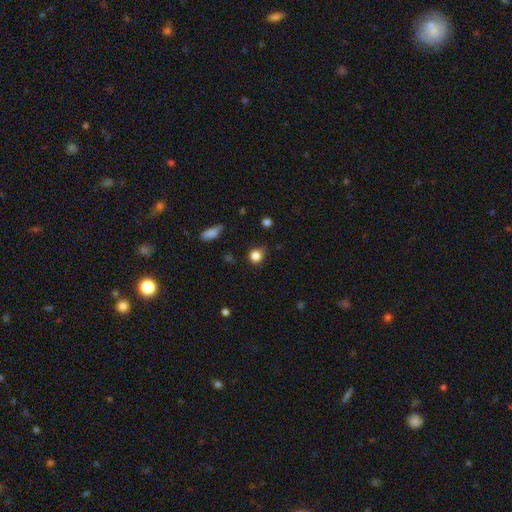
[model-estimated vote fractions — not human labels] Morphology: type=smooth (84%); roundness=round (86%); merging=none (76%).